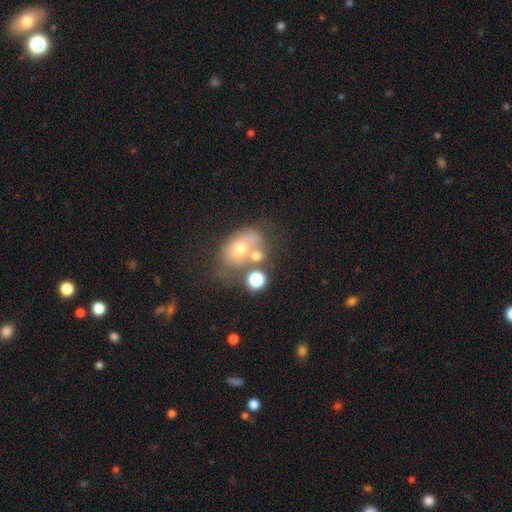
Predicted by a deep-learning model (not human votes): Morphology: type=smooth (50%); roundness=in between (59%); merging=merger (34%).